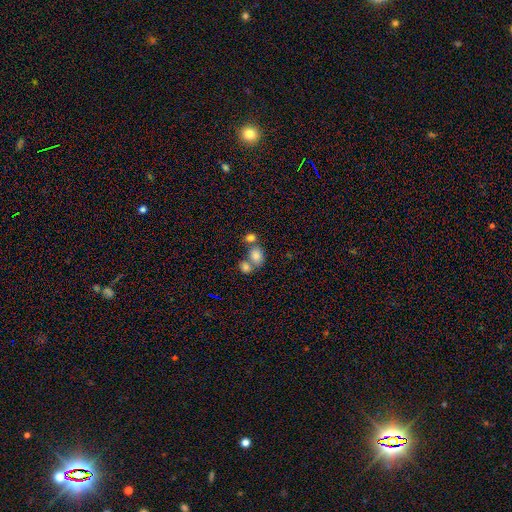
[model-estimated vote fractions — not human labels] A smooth galaxy with no disk features (79%) that is in between round and cigar-shaped (57%).

Vote fractions:
- Smooth or featured? smooth: 79% / star or artifact: 11% / featured or disk: 10%
- How rounded? in between: 57% / round: 42% / cigar-shaped: 1%
- Merging? merger: 51% / none: 36% / minor disturbance: 9% / major disturbance: 4%